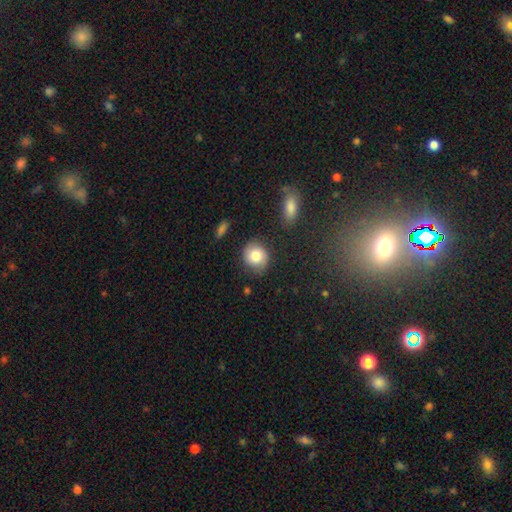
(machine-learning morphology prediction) A smooth galaxy with no disk features (79%) that is round (77%). Merging: none (82%).